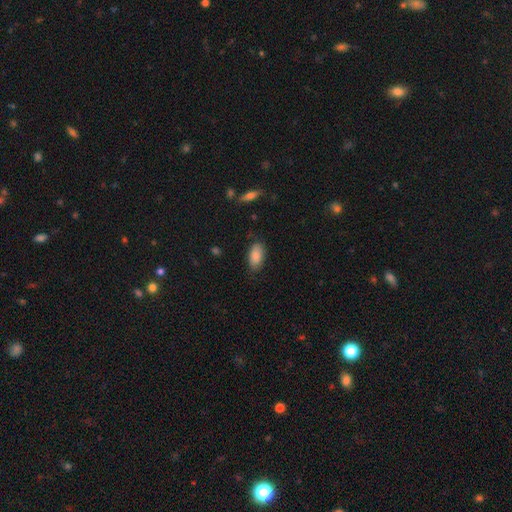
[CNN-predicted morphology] Smooth or featured? smooth (86%)
How rounded? in between (92%)
Merging? none (79%)